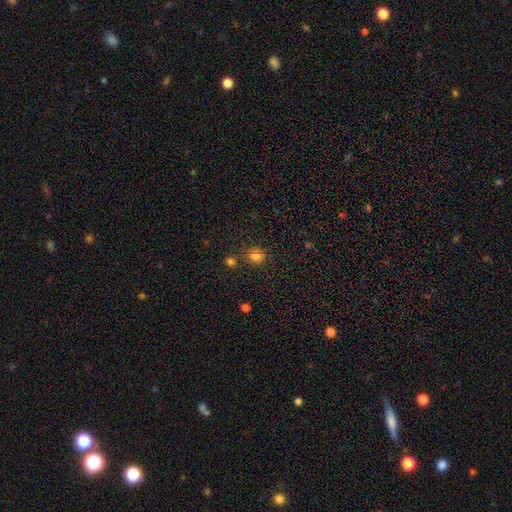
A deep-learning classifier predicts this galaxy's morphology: A smooth galaxy with no disk features (80%) that is round (80%).

Vote fractions:
- Smooth or featured? smooth: 80% / star or artifact: 15% / featured or disk: 5%
- How rounded? round: 80% / in between: 19% / cigar-shaped: 1%
- Merging? none: 76% / merger: 11% / minor disturbance: 10% / major disturbance: 3%